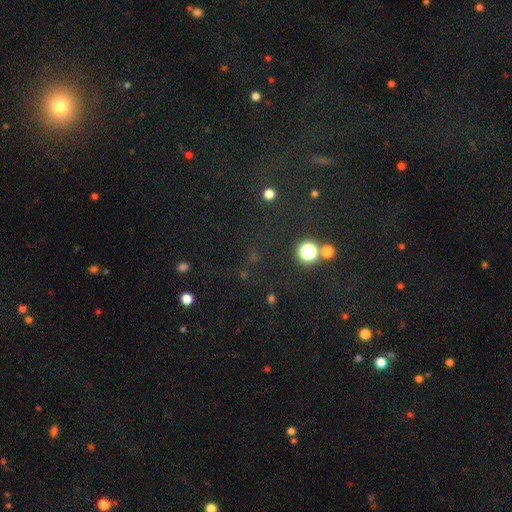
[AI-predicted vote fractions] Q: Smooth or featured?
A: star or artifact (66%); runner-up: smooth (24%)